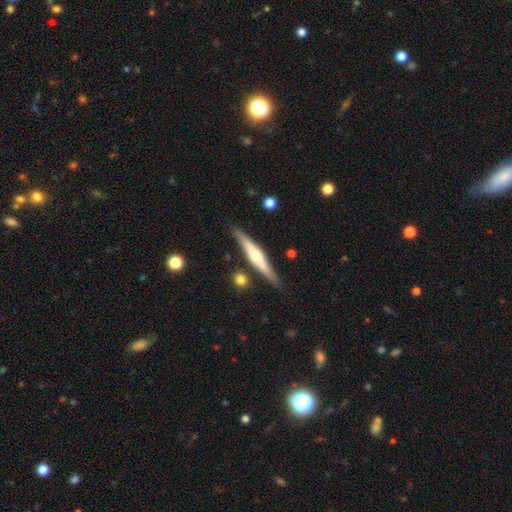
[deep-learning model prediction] The model was most divided on "smooth or featured": featured or disk: 61%, smooth: 34%, star or artifact: 5%. More confident: edge-on disk — yes (96%); merging — none (86%); edge-on bulge — rounded (79%).